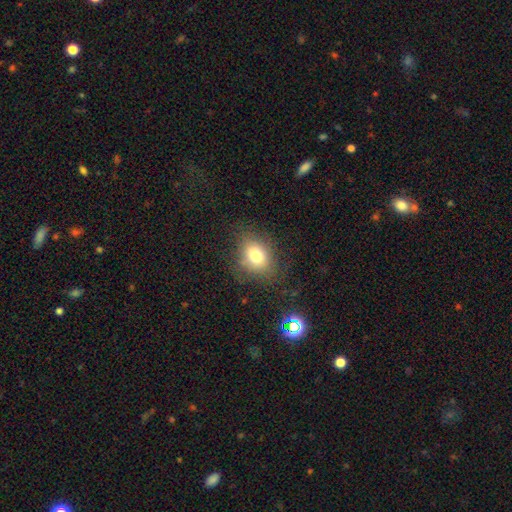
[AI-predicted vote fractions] Q: Smooth or featured?
A: smooth (75%); runner-up: star or artifact (13%)
Q: How rounded?
A: in between (56%); runner-up: round (43%)
Q: Merging?
A: none (76%); runner-up: minor disturbance (15%)